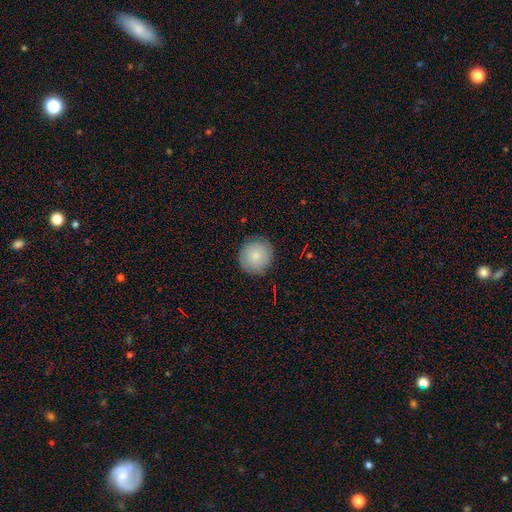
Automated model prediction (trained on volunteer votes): This is clearly a smooth galaxy (81%). How rounded: clearly round (92%). Merging: clearly none (87%).